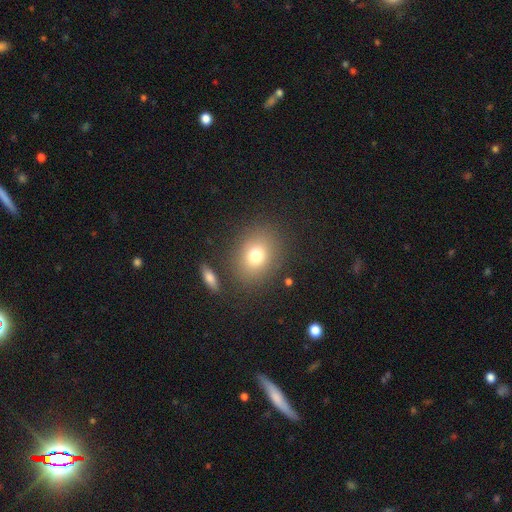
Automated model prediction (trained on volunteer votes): The model was most divided on "how rounded": round: 55%, in between: 44%, cigar-shaped: 1%. More confident: merging — none (82%); smooth or featured — smooth (75%).